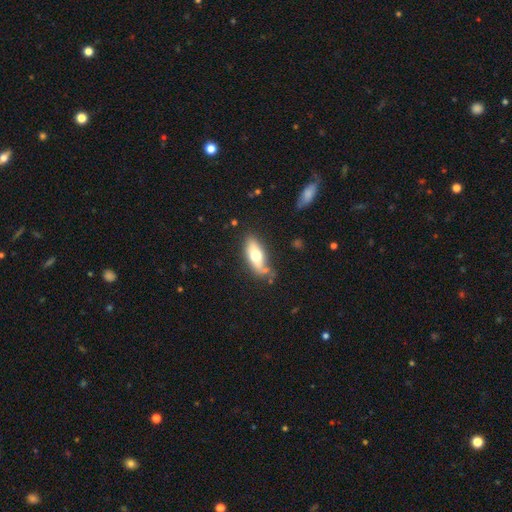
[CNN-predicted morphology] This is possibly a smooth galaxy (60%). How rounded: likely in between (70%). Merging: likely none (67%).